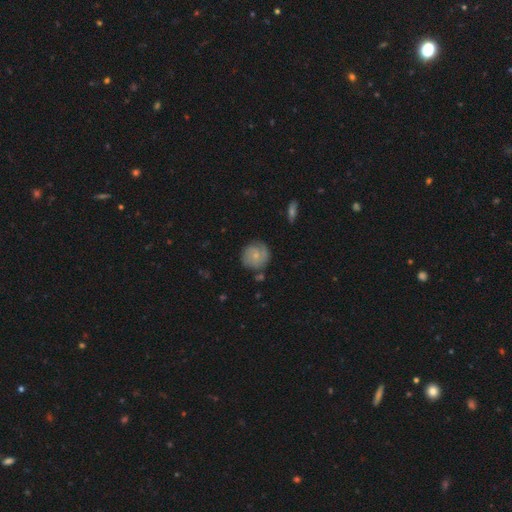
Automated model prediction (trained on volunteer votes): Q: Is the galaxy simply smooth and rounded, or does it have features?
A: featured or disk — 47%.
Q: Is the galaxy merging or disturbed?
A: none — 74%.